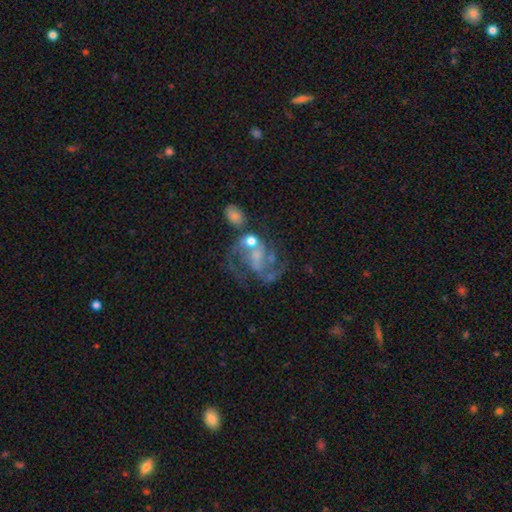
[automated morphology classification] type=featured or disk (74%); edge-on=no (98%); bar=no (57%); spiral arms=yes (78%); winding=medium (47%); arm count=2 (52%); bulge=small (35%); merging=none (34%).